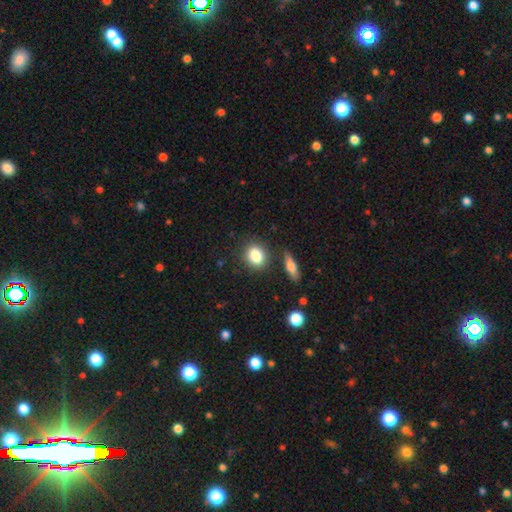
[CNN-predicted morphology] The model was most divided on "how rounded" (2-way tie): round: 49%, in between: 49%, cigar-shaped: 2%. More confident: smooth or featured — smooth (83%); merging — none (81%).